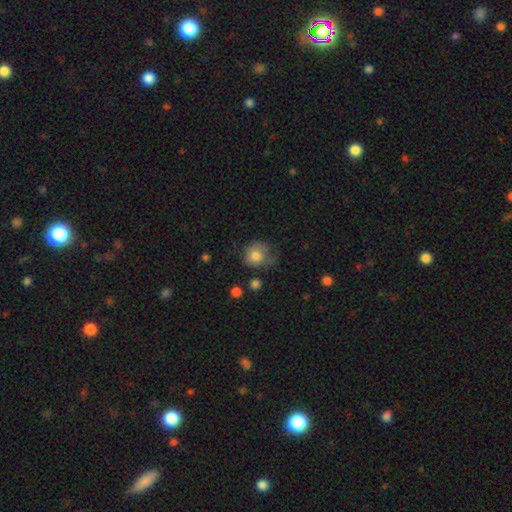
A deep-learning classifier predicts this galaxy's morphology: smooth-or-featured: smooth: 79% | featured or disk: 12% | star or artifact: 9%
  how-rounded: round: 76% | in between: 23% | cigar-shaped: 1%
  merging: none: 46% | minor disturbance: 34% | major disturbance: 16% | merger: 4%